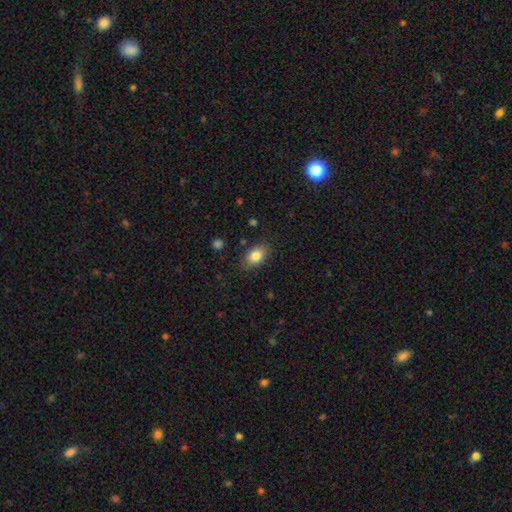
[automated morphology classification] Q: Smooth or featured?
A: smooth (84%); runner-up: featured or disk (8%)
Q: How rounded?
A: in between (87%); runner-up: round (12%)
Q: Merging?
A: none (84%); runner-up: minor disturbance (11%)